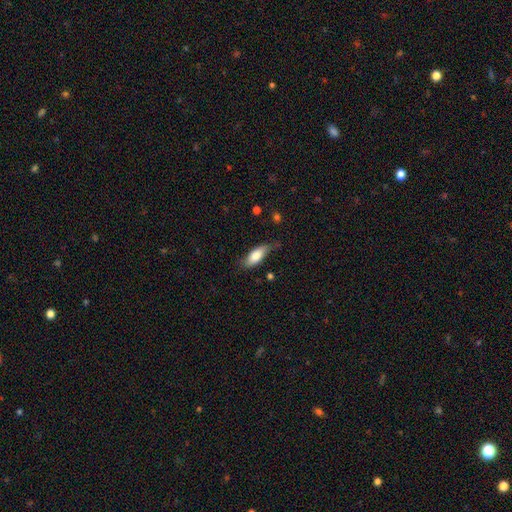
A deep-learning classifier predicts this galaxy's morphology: Overall: smooth (77%). How rounded: in between (76%). Merging: none (63%; minor disturbance 29%).